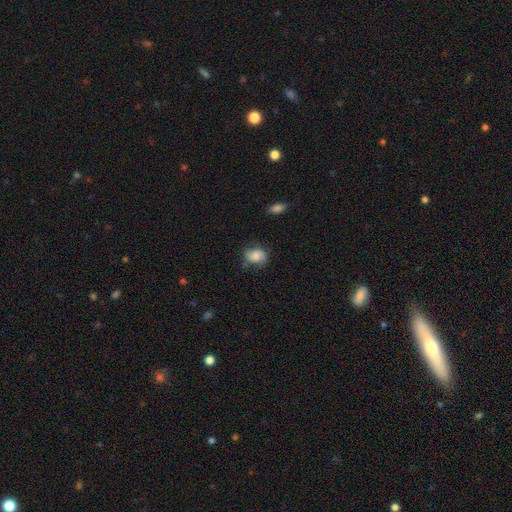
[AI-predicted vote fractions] Smooth or featured? smooth (69%)
How rounded? in between (61%)
Merging? none (56%)